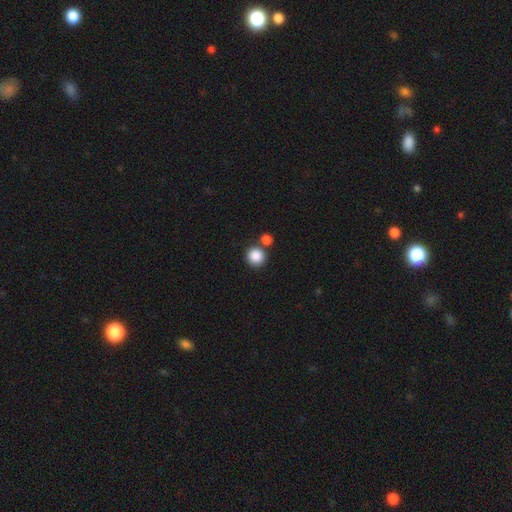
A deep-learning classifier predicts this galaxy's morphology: type=smooth (87%); roundness=round (93%); merging=none (71%).